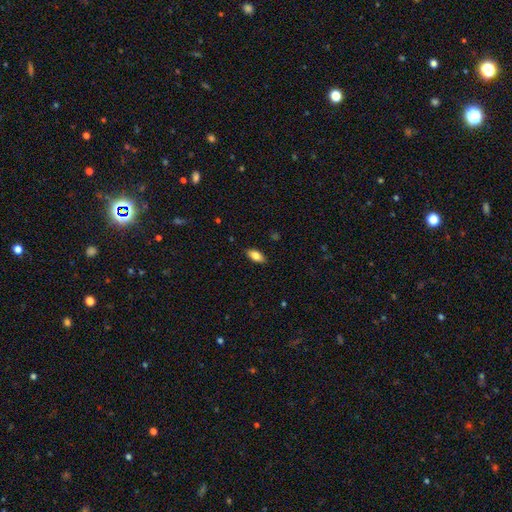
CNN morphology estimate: This is clearly a smooth galaxy (81%). How rounded: clearly in between (88%). Merging: clearly none (88%).